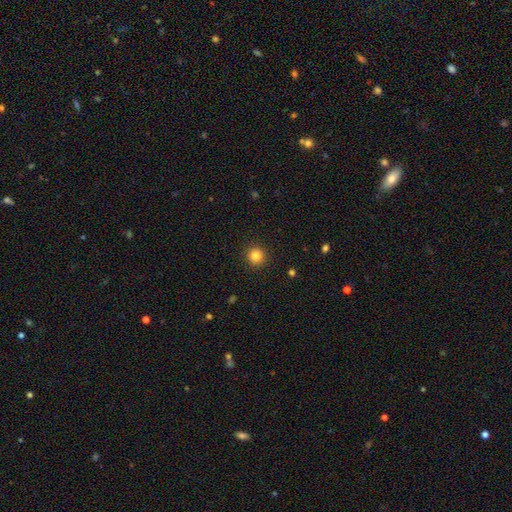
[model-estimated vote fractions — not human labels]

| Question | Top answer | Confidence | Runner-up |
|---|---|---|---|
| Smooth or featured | smooth | 83% | star or artifact (12%) |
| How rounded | round | 94% | in between (5%) |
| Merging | none | 92% | minor disturbance (5%) |